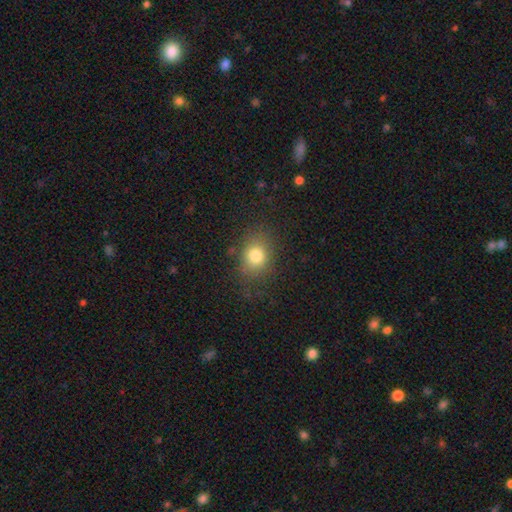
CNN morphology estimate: A smooth galaxy with no disk features (79%) that is round (56%).

Vote fractions:
- Smooth or featured? smooth: 79% / star or artifact: 12% / featured or disk: 9%
- How rounded? round: 56% / in between: 43% / cigar-shaped: 1%
- Merging? none: 75% / minor disturbance: 16% / major disturbance: 7% / merger: 2%